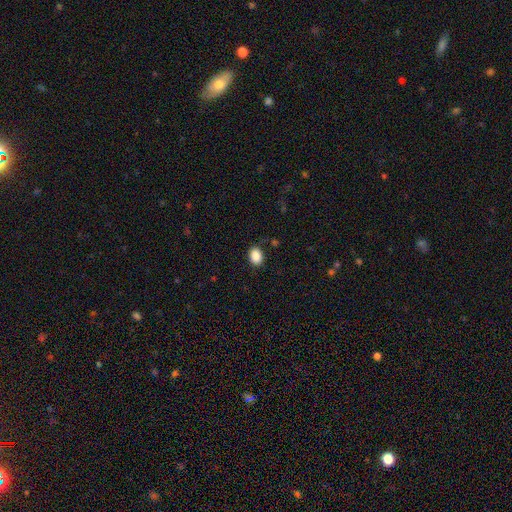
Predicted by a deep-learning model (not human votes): Smooth or featured?
  - smooth: 89% *
  - star or artifact: 8%
  - featured or disk: 3%
How rounded?
  - in between: 81% *
  - round: 18%
  - cigar-shaped: 1%
Merging?
  - none: 84% *
  - minor disturbance: 11%
  - major disturbance: 3%
  - merger: 1%